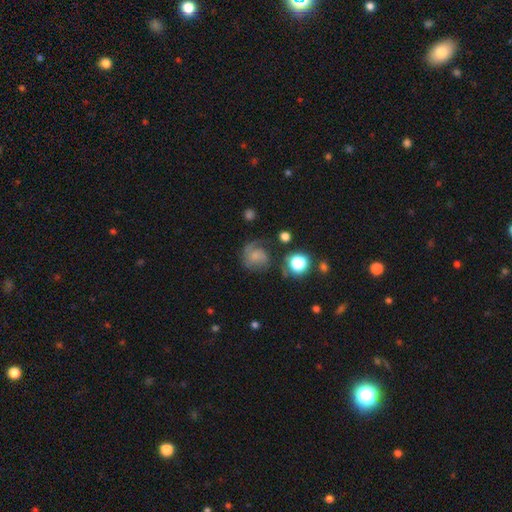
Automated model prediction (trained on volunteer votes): Smooth or featured? Predicted: smooth (p=0.47). Merging? Predicted: none (p=0.50).